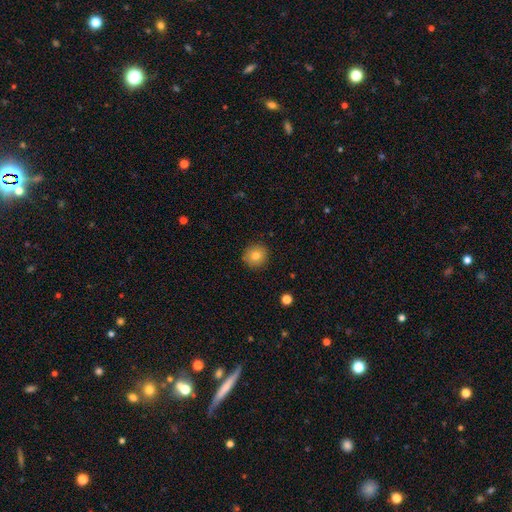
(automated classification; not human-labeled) Smooth or featured? smooth (80%)
How rounded? round (93%)
Merging? none (91%)